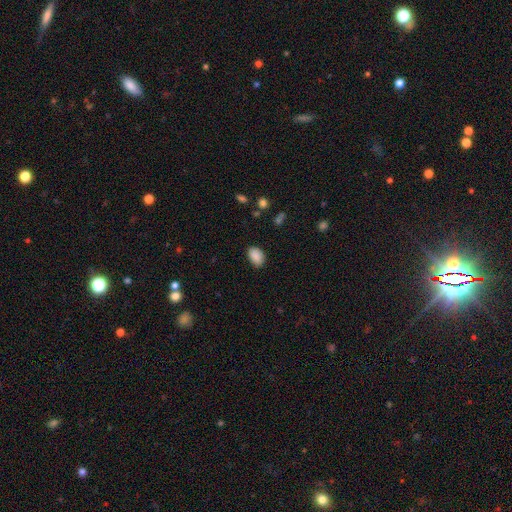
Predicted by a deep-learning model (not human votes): This appears to be a smooth galaxy with no disk features (89%) that is in between round and cigar-shaped (84%). Merging: none (81%).